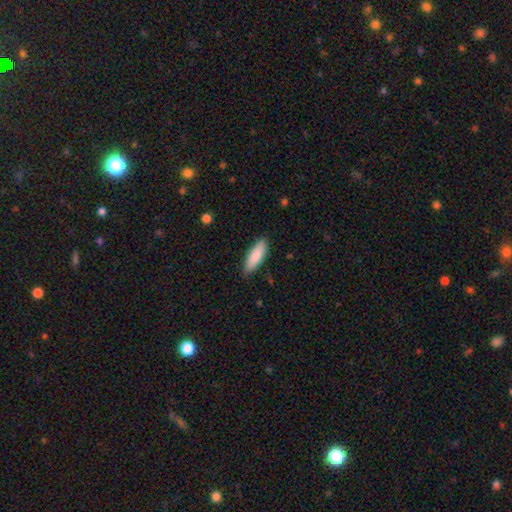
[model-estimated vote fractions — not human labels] Overall: smooth (87%). How rounded: in between (56%; cigar-shaped 43%). Merging: none (86%).